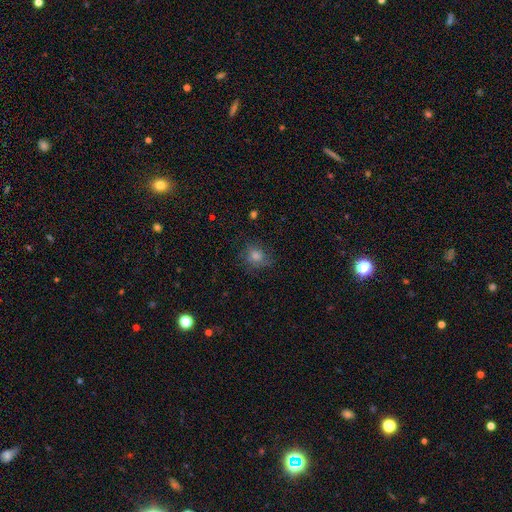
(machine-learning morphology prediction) Smooth or featured? Predicted: smooth (p=0.54). How rounded? Predicted: round (p=0.75). Merging? Predicted: none (p=0.72).